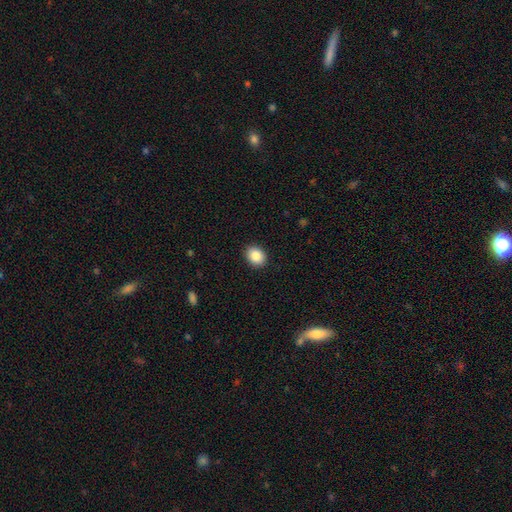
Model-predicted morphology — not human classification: smooth_or_featured: smooth (p=0.88) [alt: star or artifact p=0.08]
how_rounded: in between (p=0.54) [alt: round p=0.45]
merging: none (p=0.90) [alt: minor disturbance p=0.07]